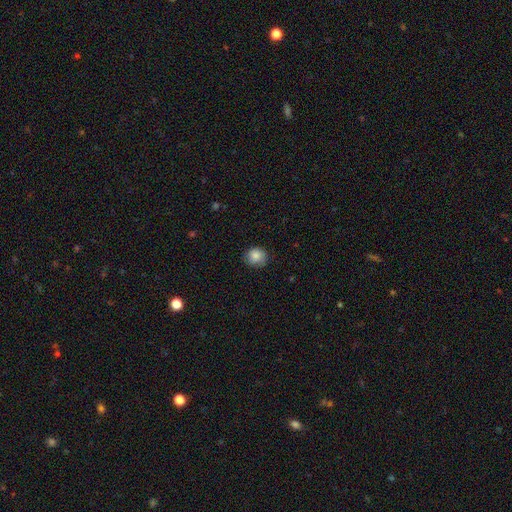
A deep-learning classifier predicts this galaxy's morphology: smooth_or_featured: smooth (p=0.85) [alt: star or artifact p=0.09]
how_rounded: round (p=0.82) [alt: in between p=0.17]
merging: none (p=0.78) [alt: minor disturbance p=0.18]